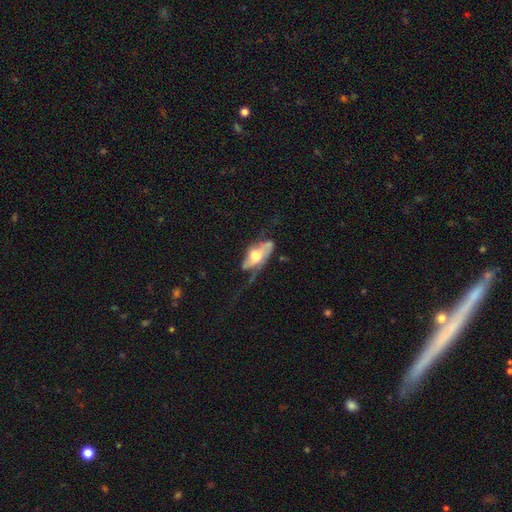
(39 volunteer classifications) Volunteers were most divided on "spiral winding": loose: 47%, medium: 40%, tight: 13%. Remaining: spiral arm count — 2 (87%); smooth or featured — featured or disk (82%); spiral arms — yes (75%); edge-on disk — no (62%); bar — no (55%); bulge size — moderate (50%); merging — none (46%).